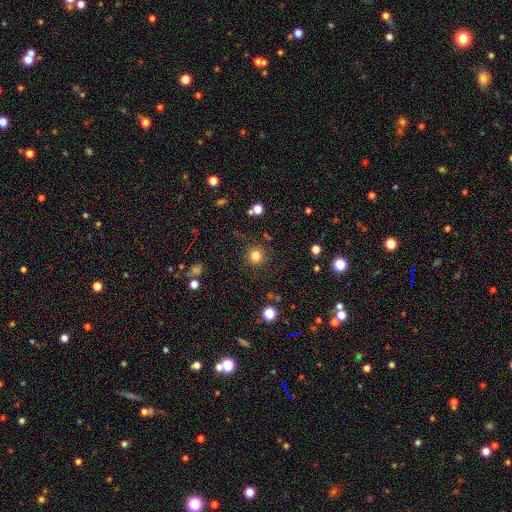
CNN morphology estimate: Smooth or featured? Predicted: smooth (p=0.81). How rounded? Predicted: round (p=0.95). Merging? Predicted: none (p=0.87).